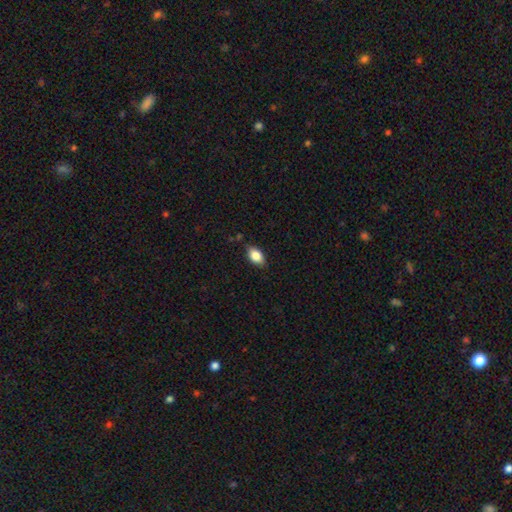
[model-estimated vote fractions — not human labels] smooth 82%, featured or disk 10%, star or artifact 8%. Down the decision tree: how rounded — in between (88%); merging — none (82%).